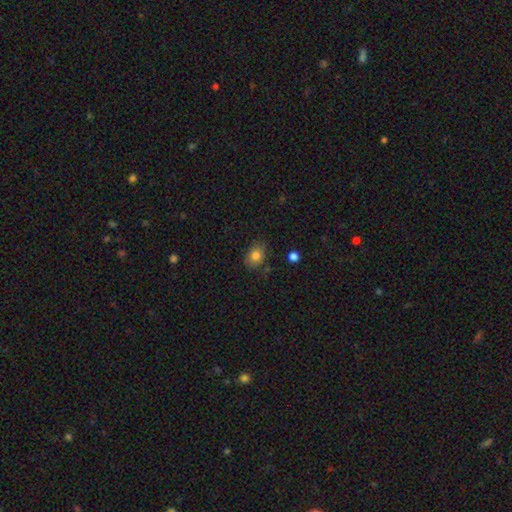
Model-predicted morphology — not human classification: Smooth or featured? smooth (80%)
How rounded? in between (62%)
Merging? none (77%)